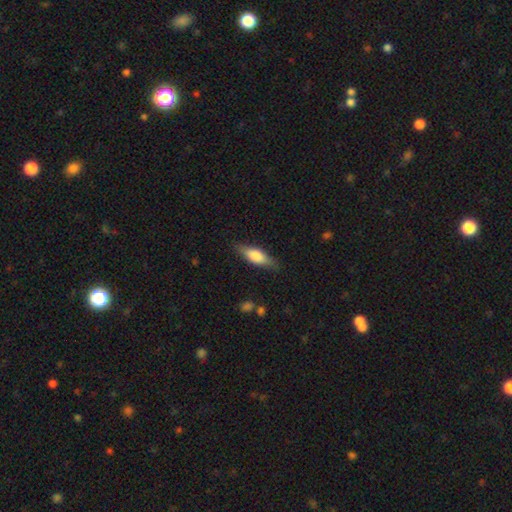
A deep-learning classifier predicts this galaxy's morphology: Smooth or featured? smooth (69%)
How rounded? in between (57%)
Merging? none (83%)